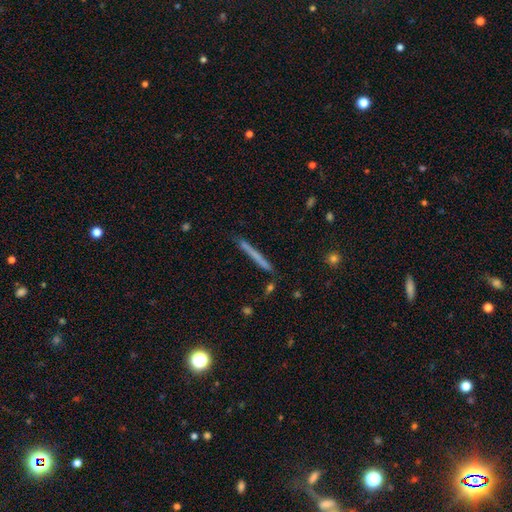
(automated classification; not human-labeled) Smooth or featured? smooth (55%)
How rounded? cigar-shaped (97%)
Merging? none (88%)